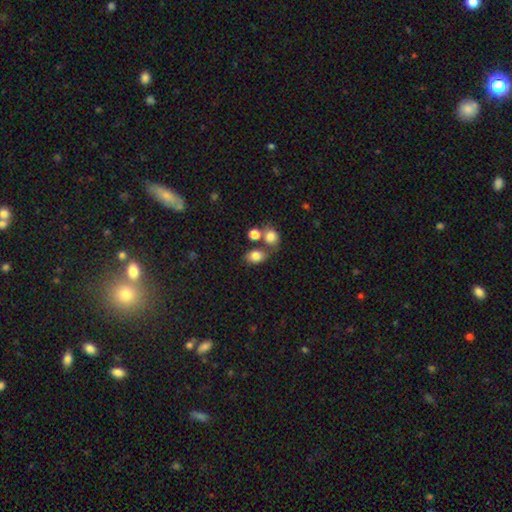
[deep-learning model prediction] smooth 79%, featured or disk 10%, star or artifact 10%. Down the decision tree: how rounded — in between (66%); merging — none (50%).